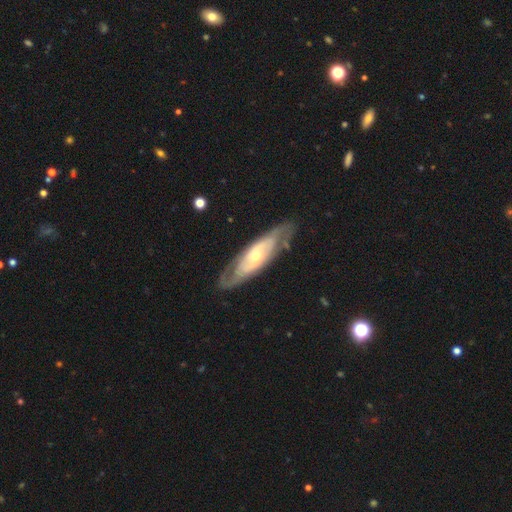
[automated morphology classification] Smooth or featured: featured or disk — 77% (smooth — 19%)
Edge-on disk: no — 78% (yes — 22%)
Bar: no — 66% (weak — 24%)
Spiral arms: yes — 74% (no — 26%)
Bulge size: small — 53% (moderate — 42%)
Merging: none — 77% (minor disturbance — 16%)